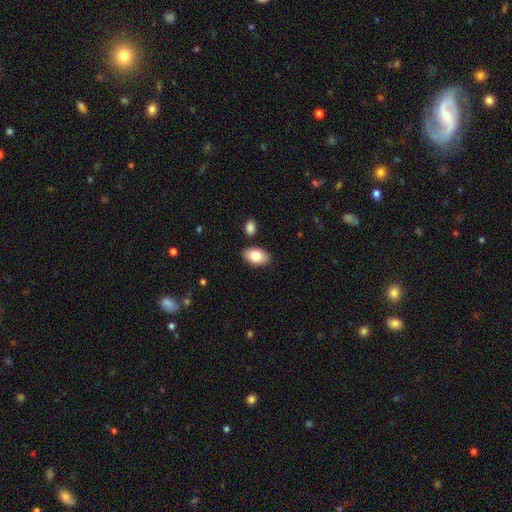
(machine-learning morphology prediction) This is clearly a smooth galaxy (82%). How rounded: clearly in between (91%). Merging: clearly none (85%).